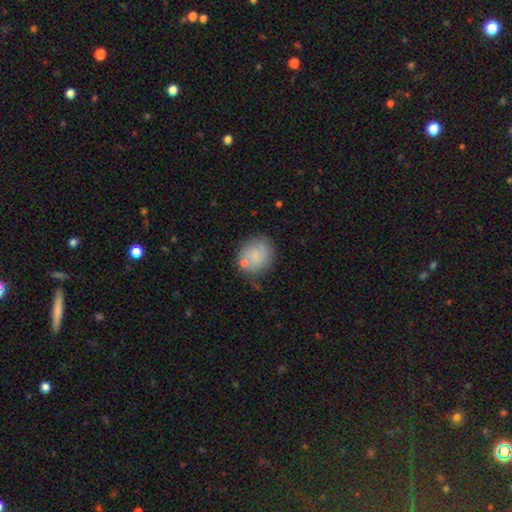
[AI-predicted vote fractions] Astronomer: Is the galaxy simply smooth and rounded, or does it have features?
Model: smooth — 66%.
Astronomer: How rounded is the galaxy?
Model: round — 75%.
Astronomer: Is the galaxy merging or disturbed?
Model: none — 59%.